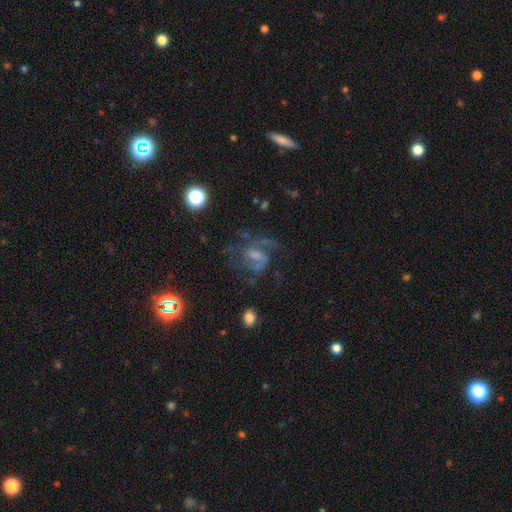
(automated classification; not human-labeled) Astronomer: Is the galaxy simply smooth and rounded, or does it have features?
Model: featured or disk — 72%.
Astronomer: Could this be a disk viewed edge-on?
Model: no — 98%.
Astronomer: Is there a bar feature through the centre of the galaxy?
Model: weak — 48% (runner-up: no, 38%).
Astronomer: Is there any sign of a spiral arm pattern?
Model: yes — 86%.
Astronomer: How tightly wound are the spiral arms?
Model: medium — 50% (runner-up: loose, 31%).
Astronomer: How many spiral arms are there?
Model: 2 — 55%.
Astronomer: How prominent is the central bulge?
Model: moderate — 36% (runner-up: small, 30%).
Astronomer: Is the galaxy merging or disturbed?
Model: none — 46% (runner-up: major disturbance, 32%).